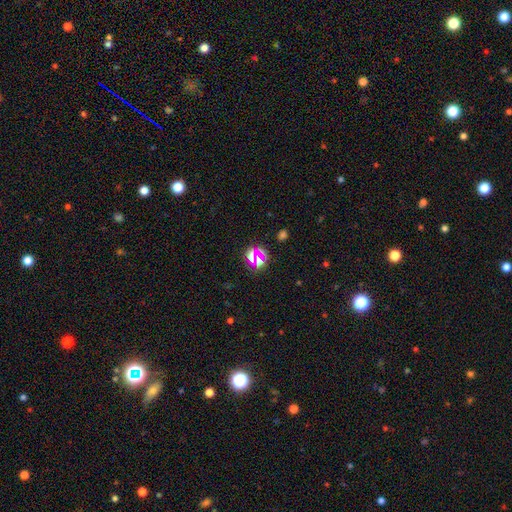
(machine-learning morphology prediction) type=star or artifact (63%).